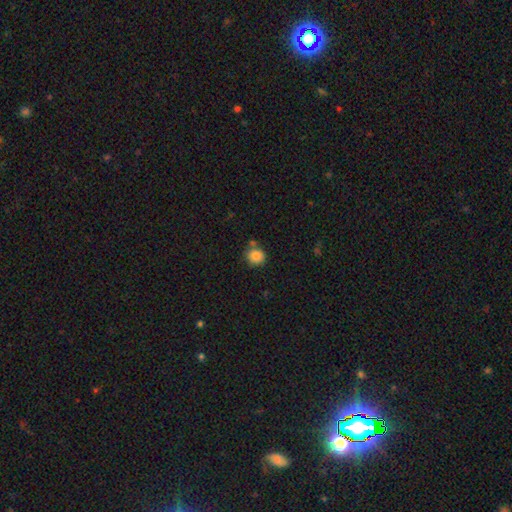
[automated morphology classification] This is clearly a smooth galaxy (85%). How rounded: clearly round (88%). Merging: likely none (72%).